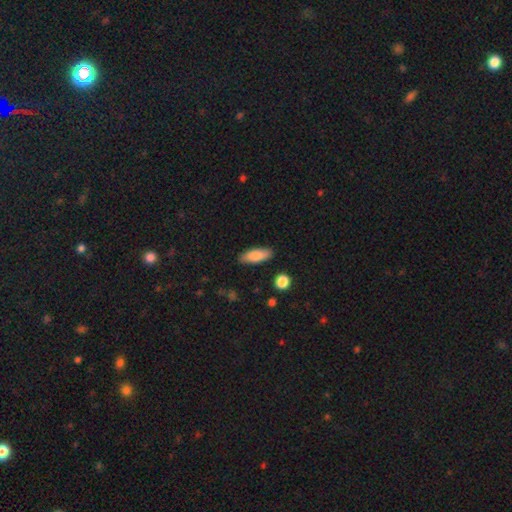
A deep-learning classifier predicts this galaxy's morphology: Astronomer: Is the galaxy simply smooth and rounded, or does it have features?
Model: smooth — 84%.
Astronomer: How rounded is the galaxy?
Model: in between — 66%.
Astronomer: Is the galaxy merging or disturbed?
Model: none — 87%.